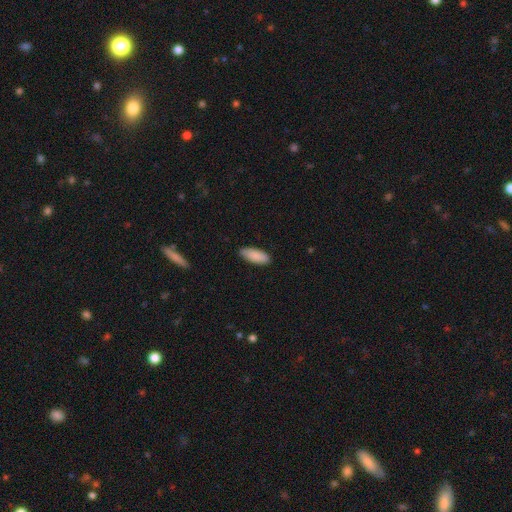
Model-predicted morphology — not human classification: A smooth galaxy with no disk features (89%) that is in between round and cigar-shaped (76%). Merging: none (85%).